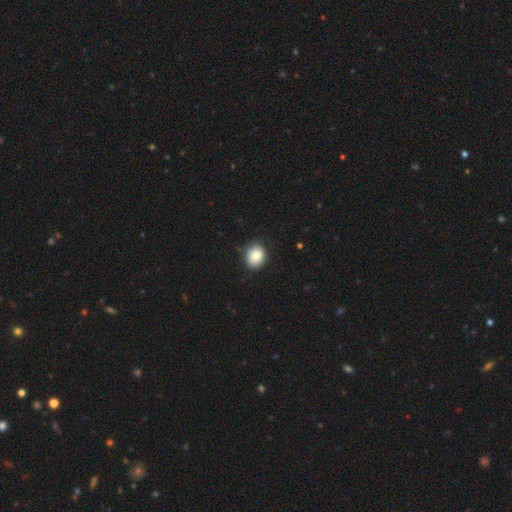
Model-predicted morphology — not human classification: This is clearly a smooth galaxy (84%). How rounded: possibly in between (51%). Merging: likely none (78%).